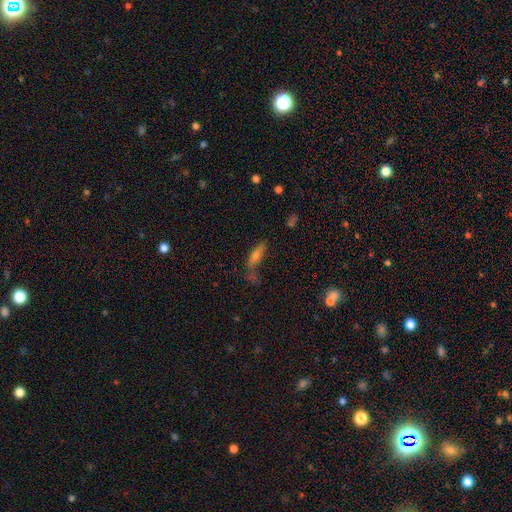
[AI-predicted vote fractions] smooth_or_featured: smooth (p=0.53) [alt: featured or disk p=0.31]
how_rounded: cigar-shaped (p=0.60) [alt: in between p=0.36]
merging: none (p=0.52) [alt: minor disturbance p=0.23]